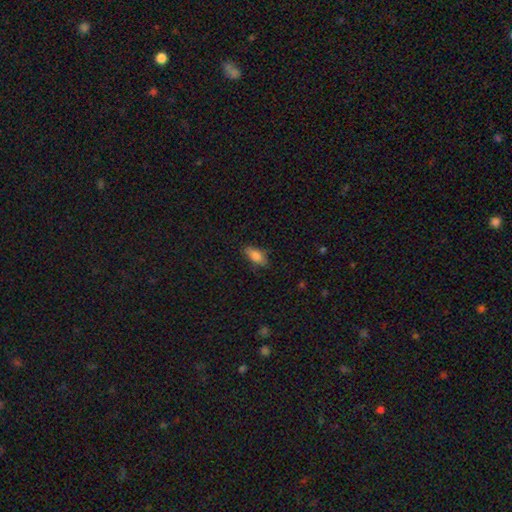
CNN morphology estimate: Smooth or featured? smooth (81%)
How rounded? in between (81%)
Merging? none (76%)